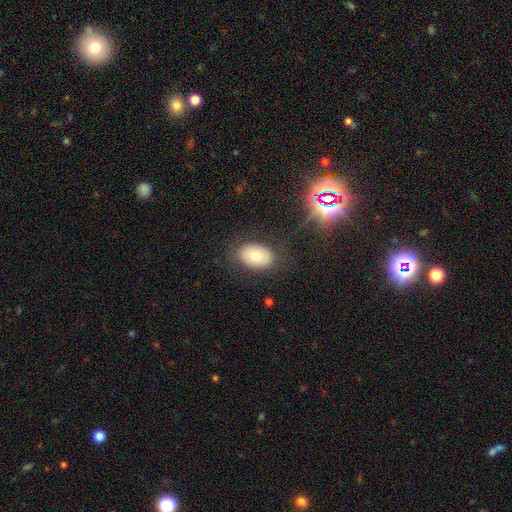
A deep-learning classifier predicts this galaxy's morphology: The model was most divided on "smooth or featured": smooth: 72%, featured or disk: 16%, star or artifact: 11%. More confident: how rounded — in between (86%); merging — none (82%).